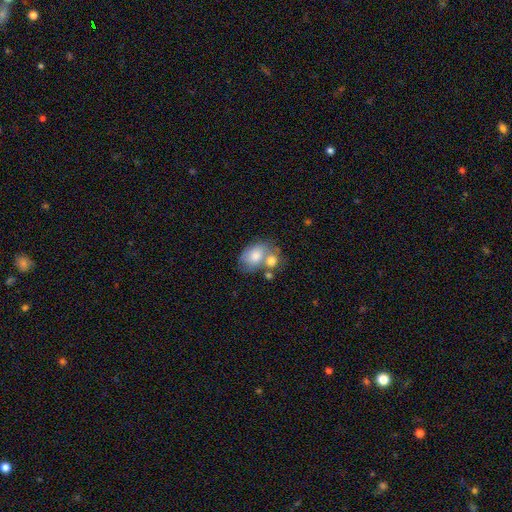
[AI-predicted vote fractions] The model was most divided on "merging": merger: 45%, none: 33%, minor disturbance: 15%, major disturbance: 7%. More confident: how rounded — in between (74%); smooth or featured — smooth (70%).